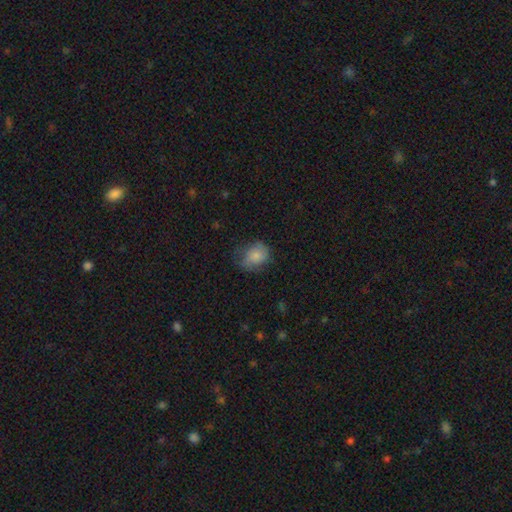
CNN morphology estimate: smooth 79%, featured or disk 13%, star or artifact 8%. Down the decision tree: how rounded — round (51%); merging — none (57%).